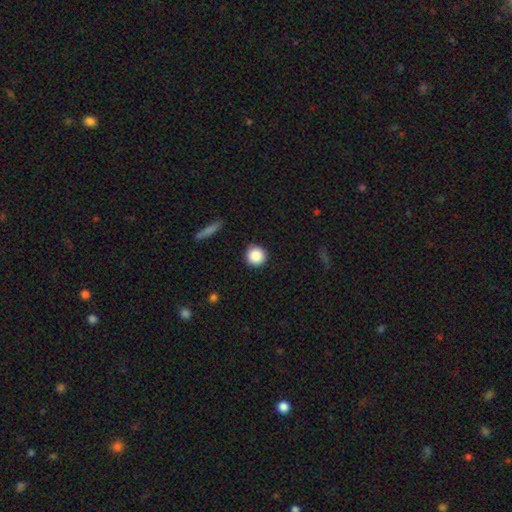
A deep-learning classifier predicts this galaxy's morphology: A smooth galaxy with no disk features (88%) that is round (95%). Merging: none (91%).